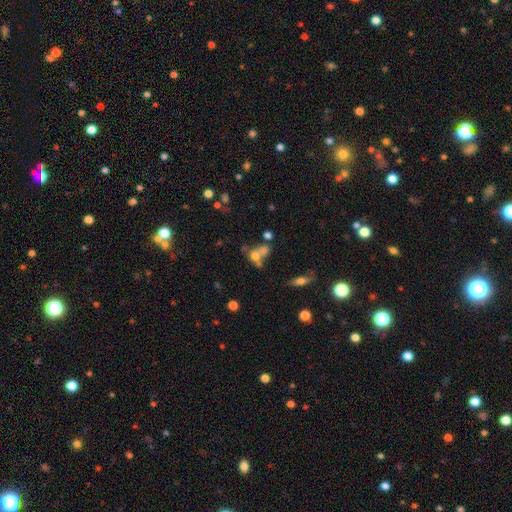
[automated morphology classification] This appears to be a smooth galaxy with no disk features (57%) that is in between round and cigar-shaped (49%). Merging: merger (48%).